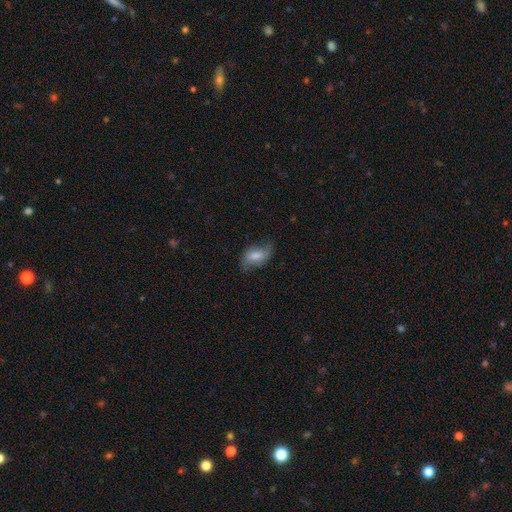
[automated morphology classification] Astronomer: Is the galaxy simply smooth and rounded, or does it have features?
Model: smooth — 61%.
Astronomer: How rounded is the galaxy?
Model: in between — 89%.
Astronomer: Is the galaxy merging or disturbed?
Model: none — 61%.